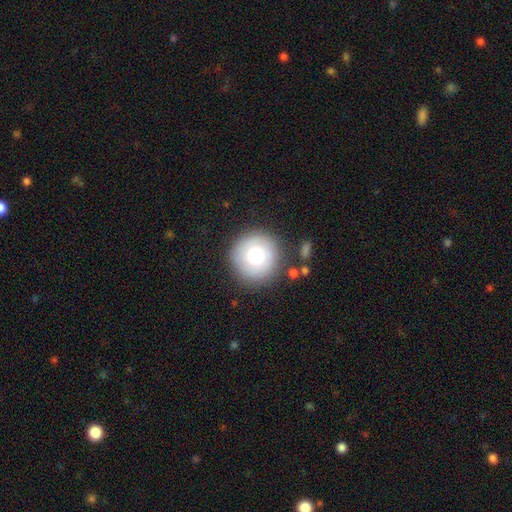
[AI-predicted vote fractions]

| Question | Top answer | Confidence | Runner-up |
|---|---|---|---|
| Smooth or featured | smooth | 73% | featured or disk (18%) |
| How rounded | round | 95% | in between (4%) |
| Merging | none | 85% | minor disturbance (10%) |